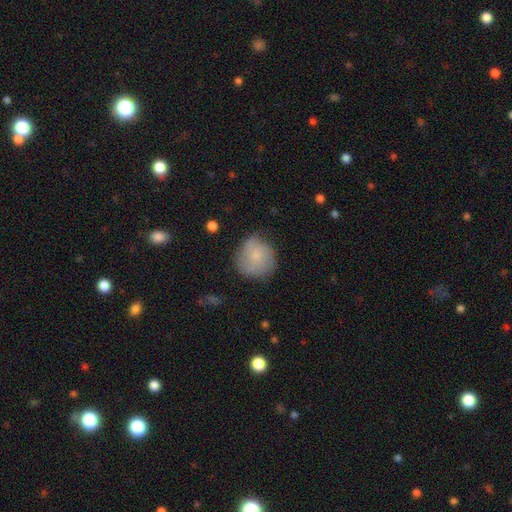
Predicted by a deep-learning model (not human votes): This is likely a smooth galaxy (67%). How rounded: clearly round (88%). Merging: likely none (65%).